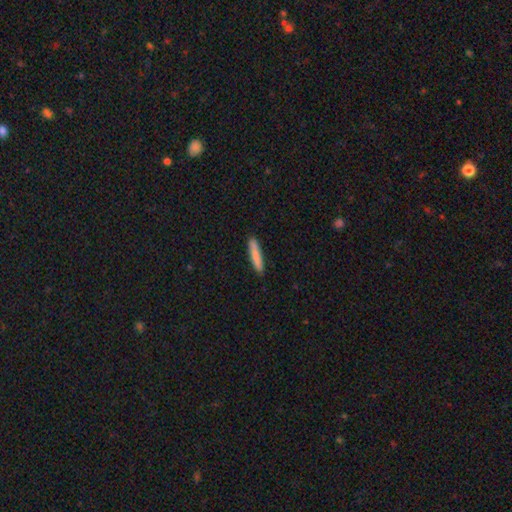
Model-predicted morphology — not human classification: The model was most divided on "smooth or featured": smooth: 84%, featured or disk: 10%, star or artifact: 6%. More confident: how rounded — cigar-shaped (91%); merging — none (89%).